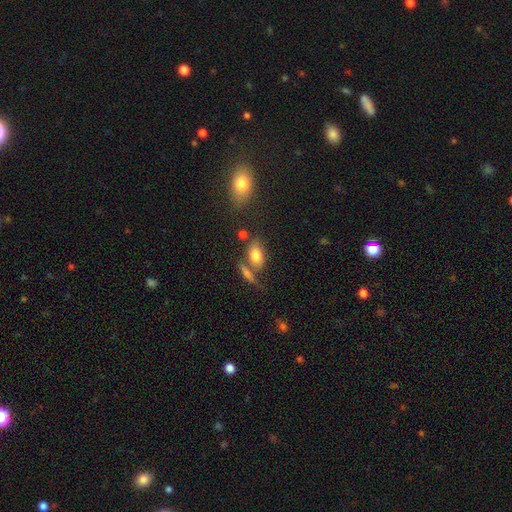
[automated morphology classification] Q: Smooth or featured?
A: smooth (77%); runner-up: featured or disk (13%)
Q: How rounded?
A: in between (84%); runner-up: round (10%)
Q: Merging?
A: none (56%); runner-up: merger (23%)